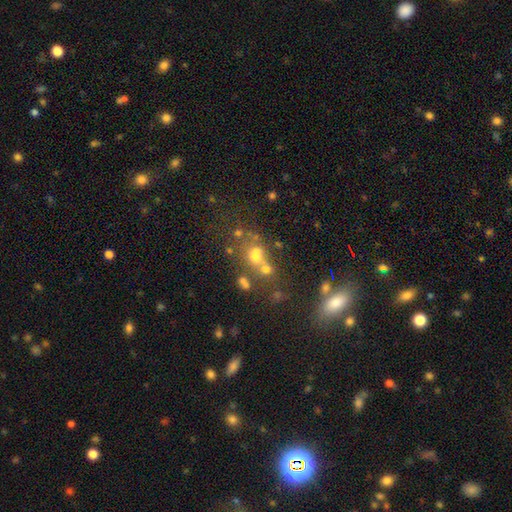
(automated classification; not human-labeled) Smooth or featured: smooth — 52% (star or artifact — 25%)
How rounded: round — 58% (in between — 39%)
Merging: merger — 40% (none — 39%)